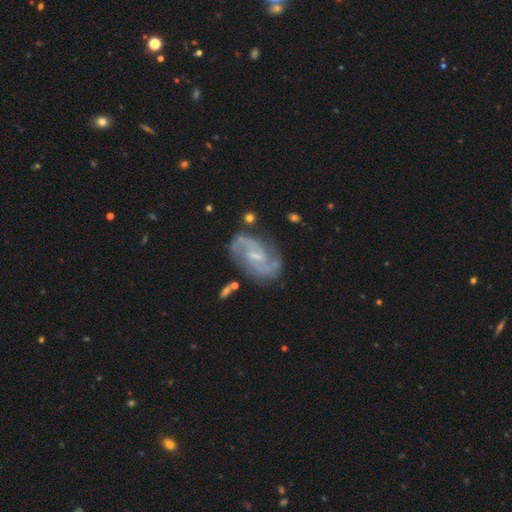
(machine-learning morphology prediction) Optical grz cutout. It shows a featured or disk galaxy (88%) with a weak bar (58%), 2 (87%) medium (55%) spiral arms (97%) and a small central bulge (56%). Merging: none (75%).